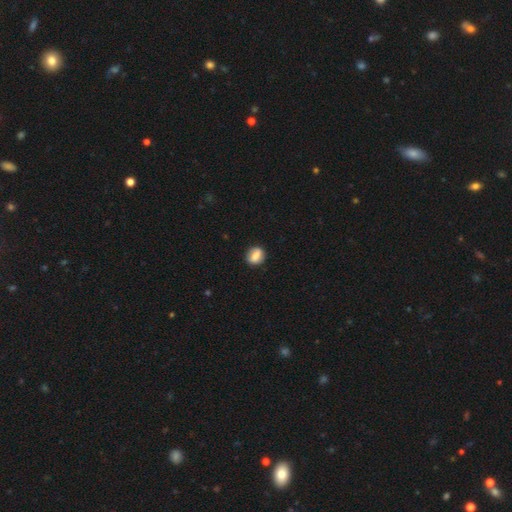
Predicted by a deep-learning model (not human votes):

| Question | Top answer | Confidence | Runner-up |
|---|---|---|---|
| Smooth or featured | smooth | 70% | featured or disk (22%) |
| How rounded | round | 55% | in between (42%) |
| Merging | none | 85% | minor disturbance (11%) |